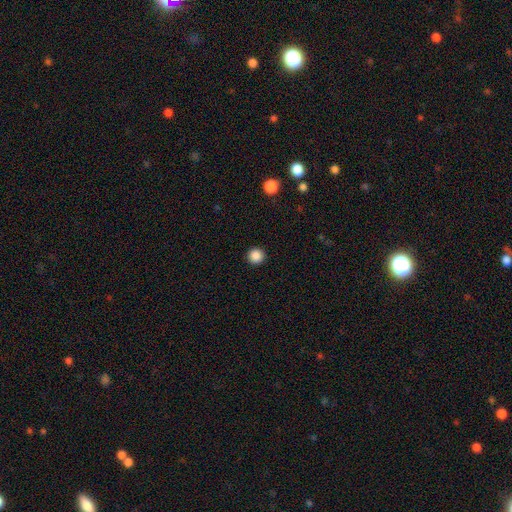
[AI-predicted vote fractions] A smooth galaxy with no disk features (87%) that is round (95%). Merging: none (93%).